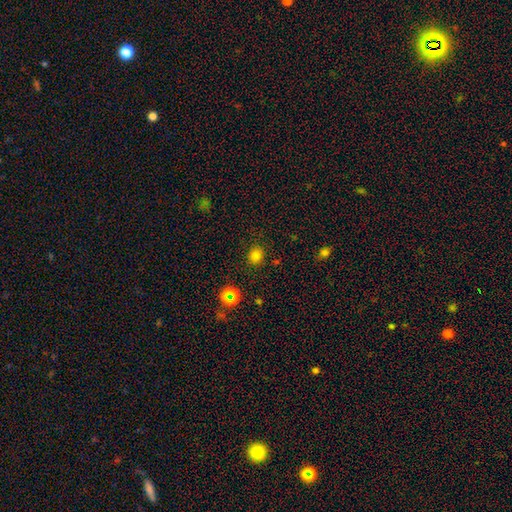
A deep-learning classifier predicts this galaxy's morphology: Smooth or featured?
  - smooth: 77% *
  - star or artifact: 17%
  - featured or disk: 6%
How rounded?
  - round: 81% *
  - in between: 18%
  - cigar-shaped: 1%
Merging?
  - none: 87% *
  - minor disturbance: 8%
  - major disturbance: 3%
  - merger: 2%